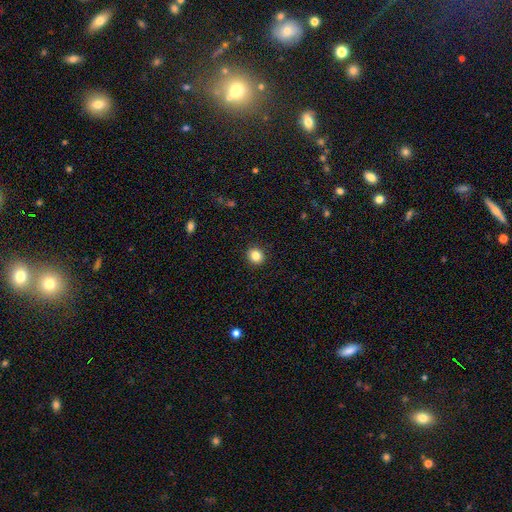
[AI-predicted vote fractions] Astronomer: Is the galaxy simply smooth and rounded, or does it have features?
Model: smooth — 84%.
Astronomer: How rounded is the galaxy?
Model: round — 84%.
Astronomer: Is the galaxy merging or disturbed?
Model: none — 92%.